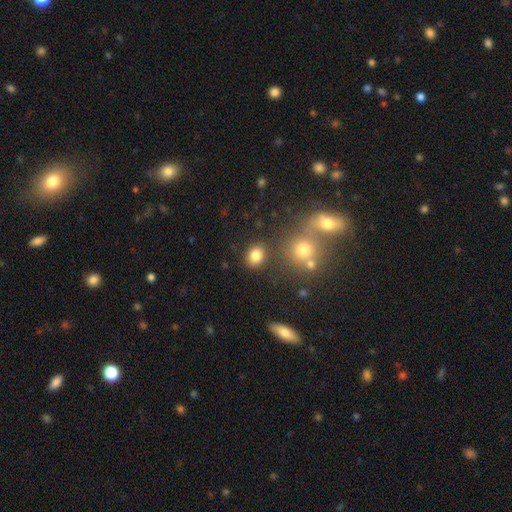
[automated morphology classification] Q: Smooth or featured?
A: smooth (82%); runner-up: star or artifact (11%)
Q: How rounded?
A: in between (50%); runner-up: round (48%)
Q: Merging?
A: none (80%); runner-up: minor disturbance (10%)